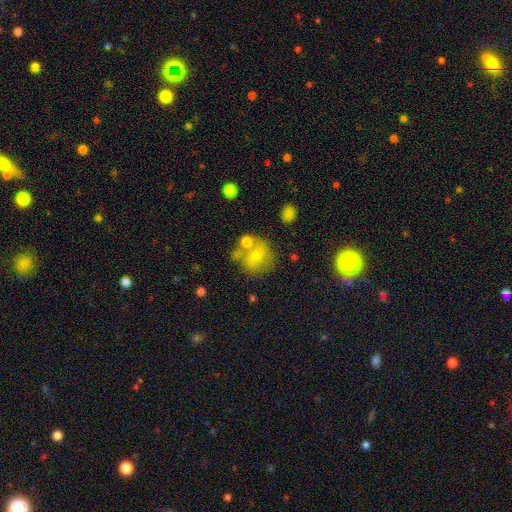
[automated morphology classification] Q: Smooth or featured?
A: smooth (64%); runner-up: featured or disk (25%)
Q: How rounded?
A: round (79%); runner-up: in between (20%)
Q: Merging?
A: none (49%); runner-up: merger (31%)